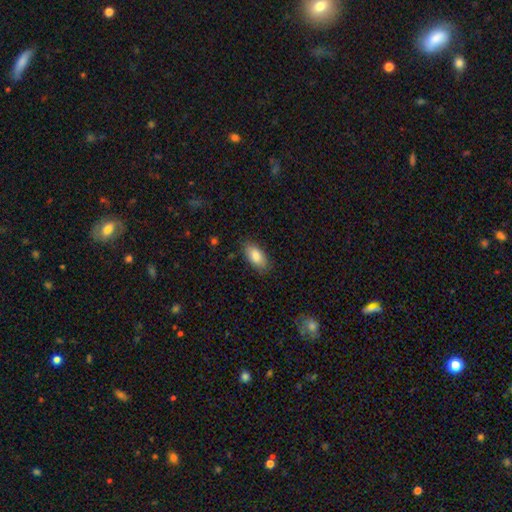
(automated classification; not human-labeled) Smooth or featured?
  - smooth: 83% *
  - featured or disk: 10%
  - star or artifact: 7%
How rounded?
  - in between: 90% *
  - cigar-shaped: 8%
  - round: 3%
Merging?
  - none: 84% *
  - minor disturbance: 12%
  - major disturbance: 3%
  - merger: 1%